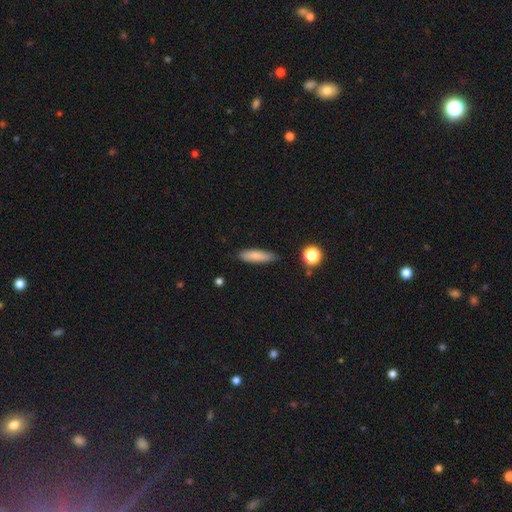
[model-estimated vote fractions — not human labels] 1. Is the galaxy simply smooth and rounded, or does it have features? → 81% smooth, 11% featured or disk, 7% star or artifact.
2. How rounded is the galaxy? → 65% cigar-shaped, 33% in between, 2% round.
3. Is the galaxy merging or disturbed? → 83% none, 12% minor disturbance, 2% major disturbance, 2% merger.